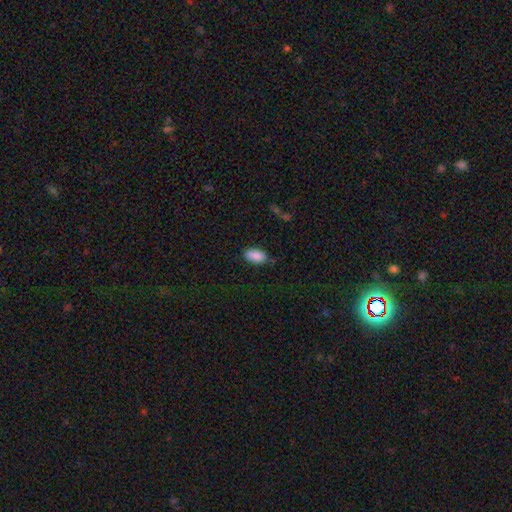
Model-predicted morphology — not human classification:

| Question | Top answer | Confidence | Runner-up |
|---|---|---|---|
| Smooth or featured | smooth | 88% | star or artifact (7%) |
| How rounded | in between | 93% | cigar-shaped (4%) |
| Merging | none | 77% | minor disturbance (17%) |